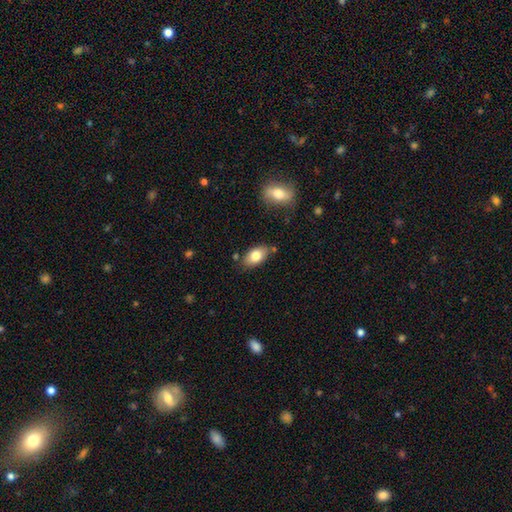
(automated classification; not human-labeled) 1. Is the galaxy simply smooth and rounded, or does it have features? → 79% smooth, 14% featured or disk, 8% star or artifact.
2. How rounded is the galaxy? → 90% in between, 7% round, 3% cigar-shaped.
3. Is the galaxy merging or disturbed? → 77% none, 15% minor disturbance, 5% merger, 3% major disturbance.